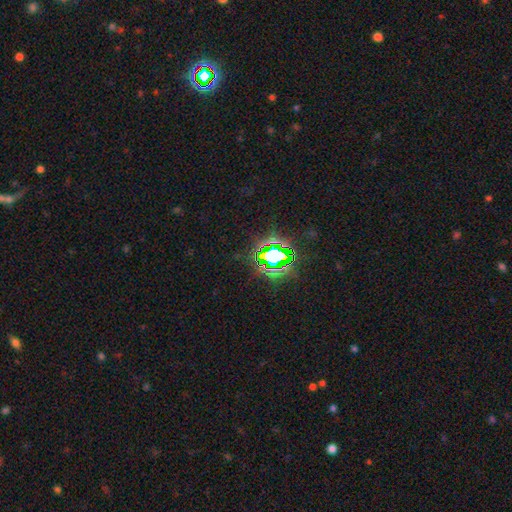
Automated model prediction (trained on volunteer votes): Smooth or featured: star or artifact — 80% (smooth — 12%)